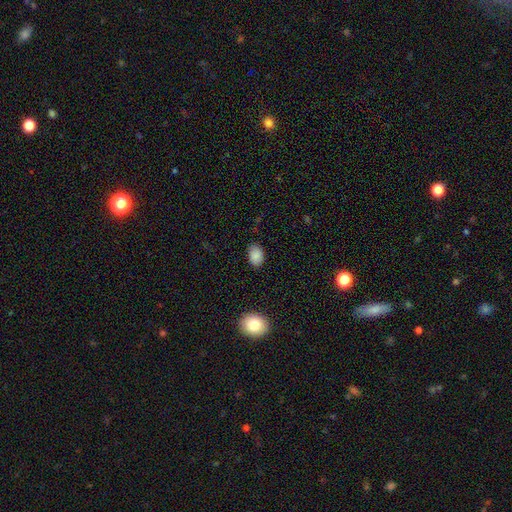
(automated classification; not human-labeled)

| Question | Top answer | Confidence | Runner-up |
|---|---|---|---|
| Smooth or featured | smooth | 87% | star or artifact (9%) |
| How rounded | in between | 81% | round (18%) |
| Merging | none | 82% | minor disturbance (14%) |